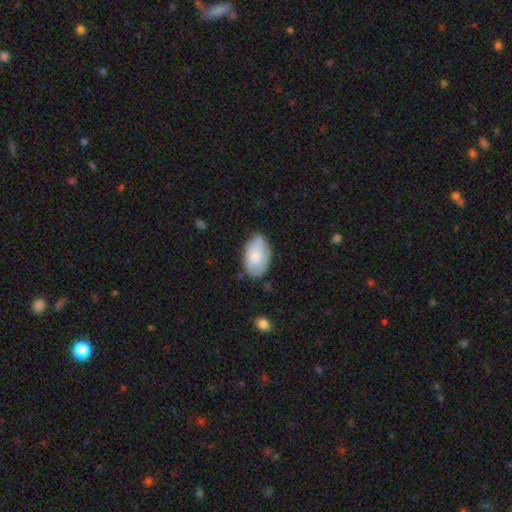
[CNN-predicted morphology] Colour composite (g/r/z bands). It shows a smooth galaxy with no disk features (75%) that is in between round and cigar-shaped (93%). Merging: none (64%).